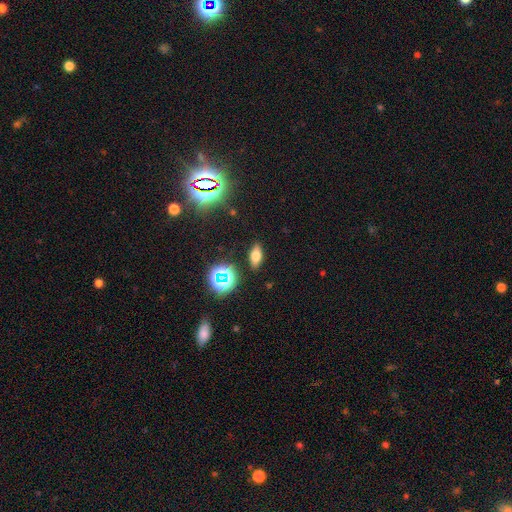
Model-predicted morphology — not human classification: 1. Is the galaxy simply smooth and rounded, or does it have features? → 63% smooth, 19% star or artifact, 18% featured or disk.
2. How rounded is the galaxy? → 74% in between, 16% cigar-shaped, 10% round.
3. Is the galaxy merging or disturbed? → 87% none, 9% minor disturbance, 3% major disturbance, 2% merger.